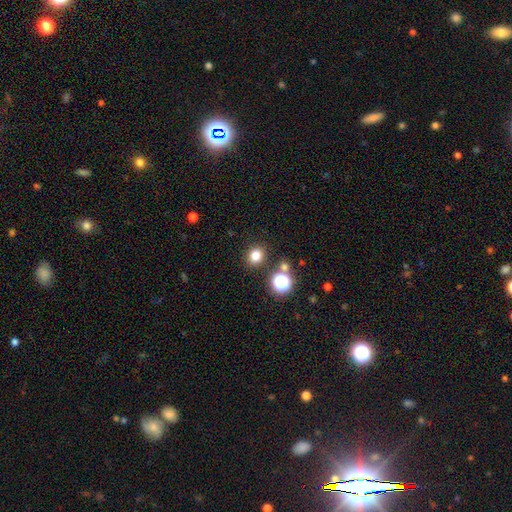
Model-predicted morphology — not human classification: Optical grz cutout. It shows a smooth galaxy with no disk features (79%) that is round (78%). Merging: none (85%).